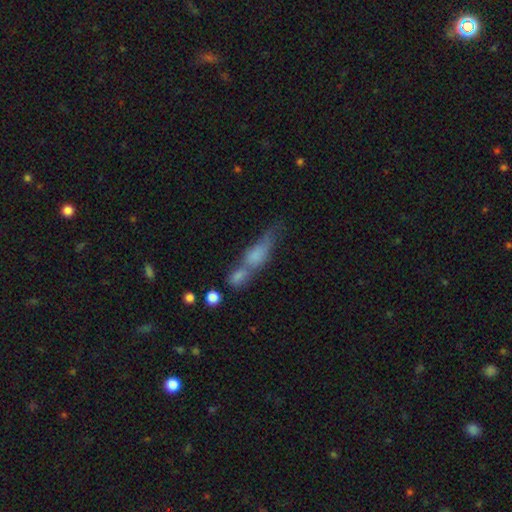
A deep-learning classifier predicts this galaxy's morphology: Smooth or featured: smooth — 51% (featured or disk — 35%)
How rounded: cigar-shaped — 59% (in between — 33%)
Merging: merger — 44% (none — 32%)